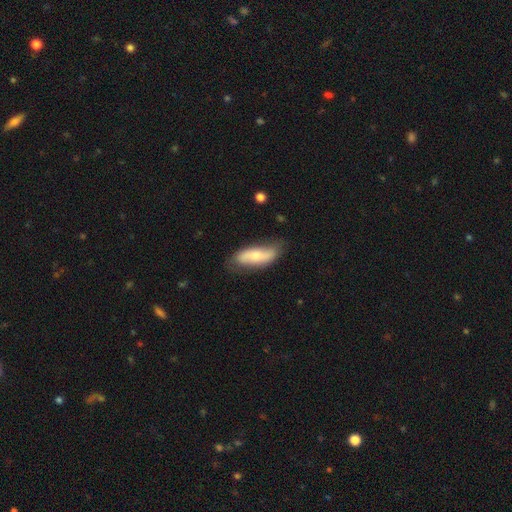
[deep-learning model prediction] This appears to be a smooth galaxy with no disk features (55%) that is in between round and cigar-shaped (66%). Merging: none (68%).